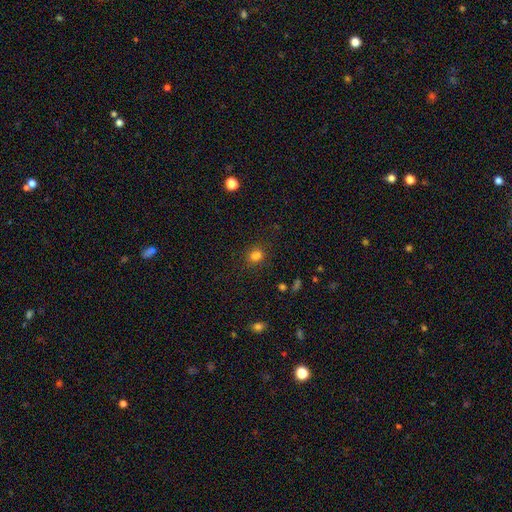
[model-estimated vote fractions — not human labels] A smooth galaxy with no disk features (77%) that is round (56%). Merging: none (73%).